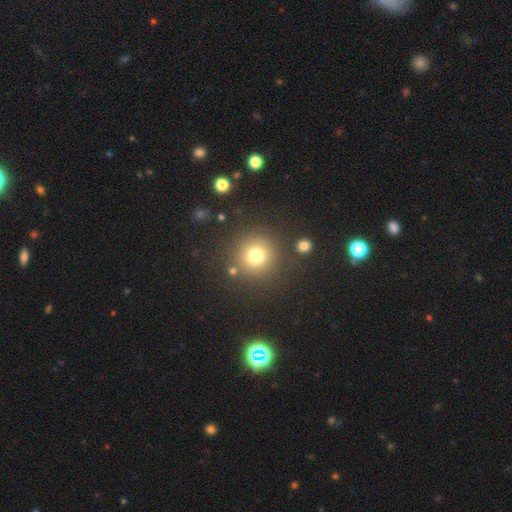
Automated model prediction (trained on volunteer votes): Smooth or featured: smooth — 76% (star or artifact — 16%)
How rounded: round — 94% (in between — 5%)
Merging: none — 85% (minor disturbance — 7%)